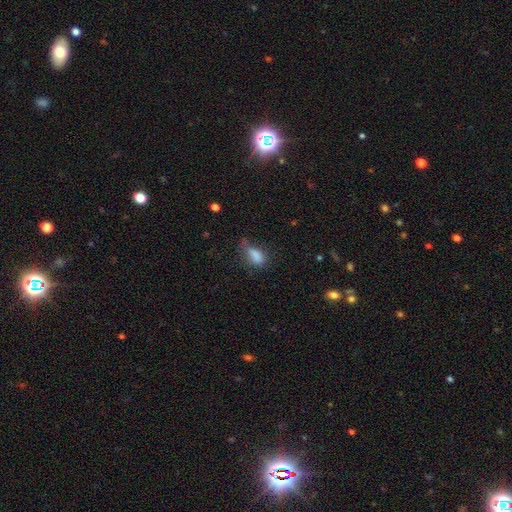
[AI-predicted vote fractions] Overall: smooth (79%). How rounded: in between (82%). Merging: none (36%; minor disturbance 35%).